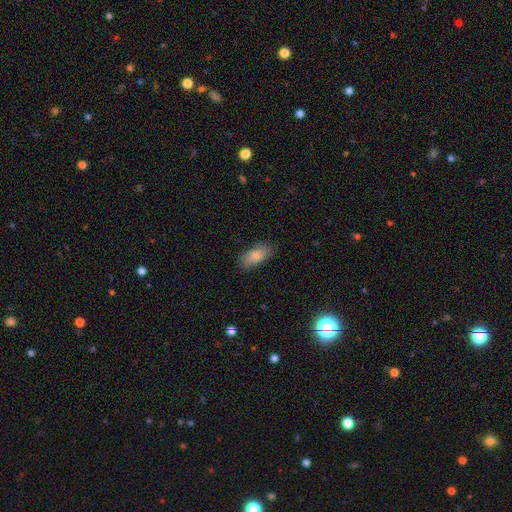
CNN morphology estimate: A smooth galaxy with no disk features (83%) that is in between round and cigar-shaped (89%). Merging: none (80%).